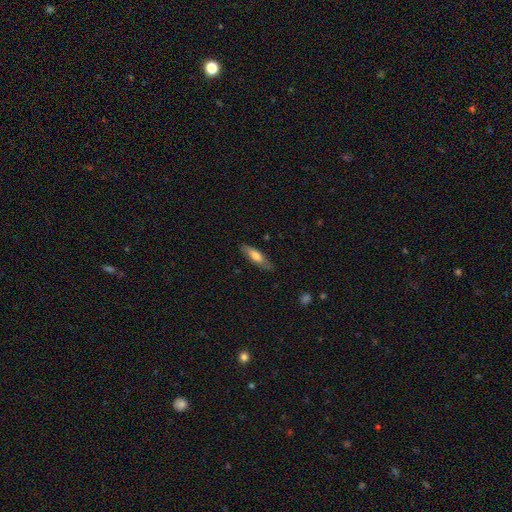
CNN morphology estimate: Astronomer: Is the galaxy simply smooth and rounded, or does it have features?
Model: smooth — 66%.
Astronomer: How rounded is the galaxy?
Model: cigar-shaped — 53% (runner-up: in between, 45%).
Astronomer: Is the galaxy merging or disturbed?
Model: none — 81%.